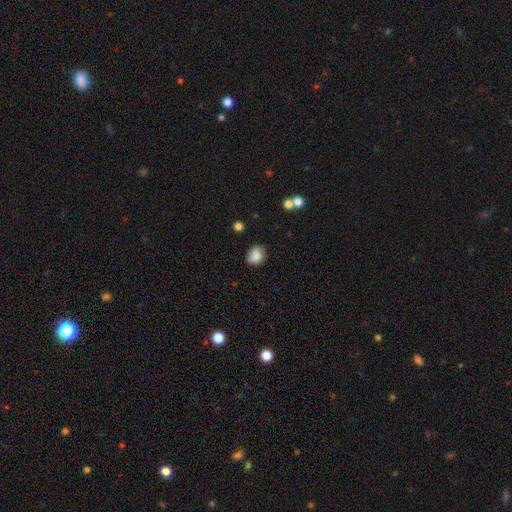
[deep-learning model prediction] Smooth or featured? Predicted: smooth (p=0.84). How rounded? Predicted: round (p=0.53). Merging? Predicted: none (p=0.75).